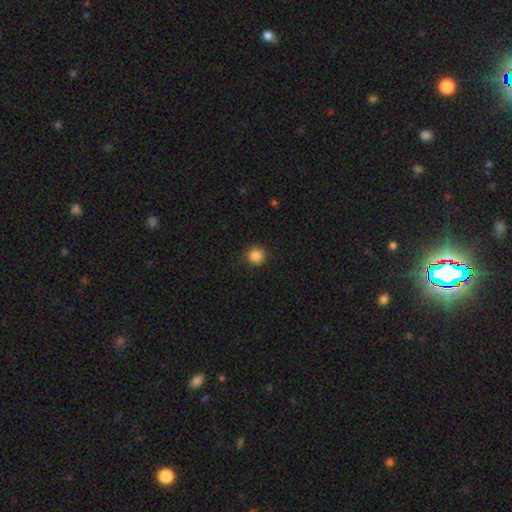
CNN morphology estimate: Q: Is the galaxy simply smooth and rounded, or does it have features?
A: smooth — 86%.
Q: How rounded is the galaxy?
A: round — 95%.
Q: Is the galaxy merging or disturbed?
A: none — 91%.